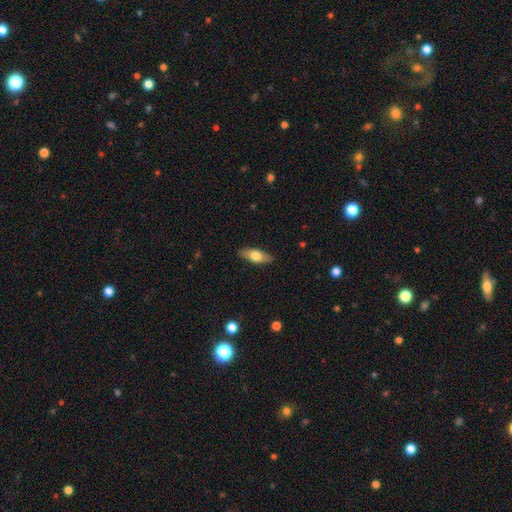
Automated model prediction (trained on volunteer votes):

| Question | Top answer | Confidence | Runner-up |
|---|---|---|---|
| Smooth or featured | smooth | 67% | featured or disk (27%) |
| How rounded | in between | 76% | cigar-shaped (21%) |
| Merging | none | 87% | minor disturbance (10%) |